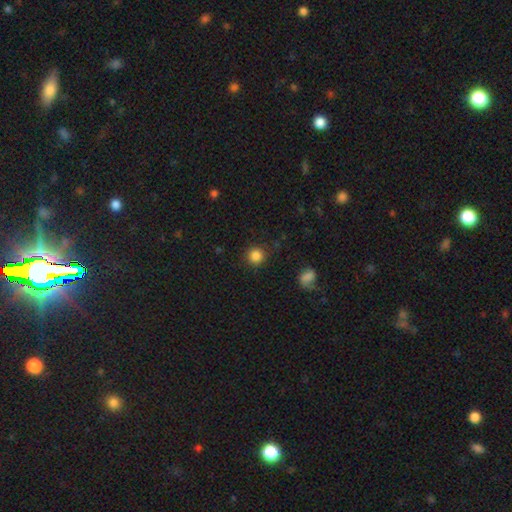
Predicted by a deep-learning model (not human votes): Q: Smooth or featured?
A: smooth (85%); runner-up: star or artifact (11%)
Q: How rounded?
A: round (92%); runner-up: in between (7%)
Q: Merging?
A: none (87%); runner-up: minor disturbance (8%)